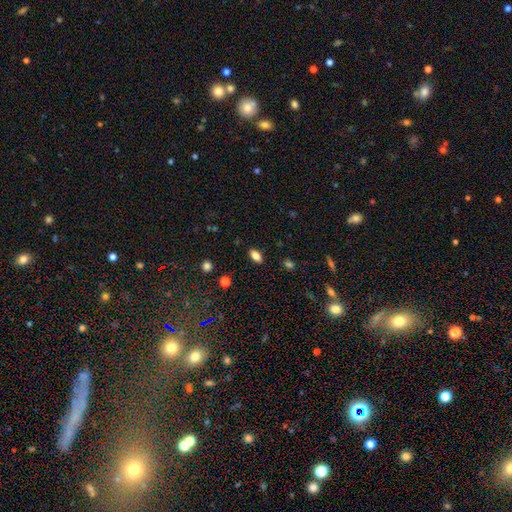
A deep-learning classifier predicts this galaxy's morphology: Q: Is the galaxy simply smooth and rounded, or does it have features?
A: smooth — 82%.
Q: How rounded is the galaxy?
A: in between — 90%.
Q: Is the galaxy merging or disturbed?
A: none — 88%.